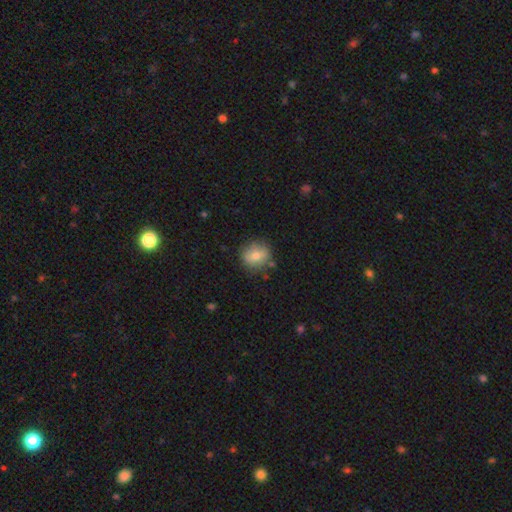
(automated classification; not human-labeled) Morphology: type=smooth (74%); roundness=round (82%); merging=none (79%).